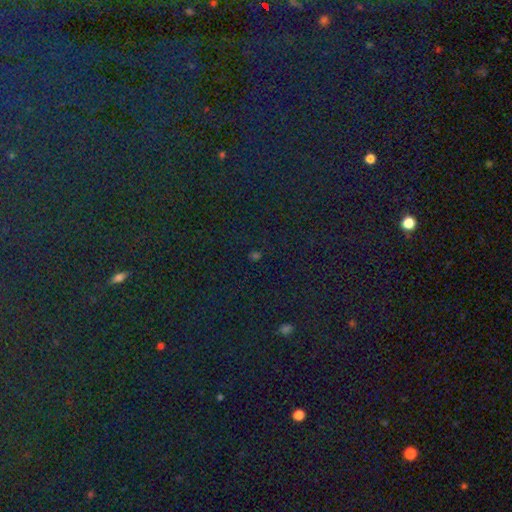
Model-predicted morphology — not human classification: Smooth or featured? star or artifact (71%)